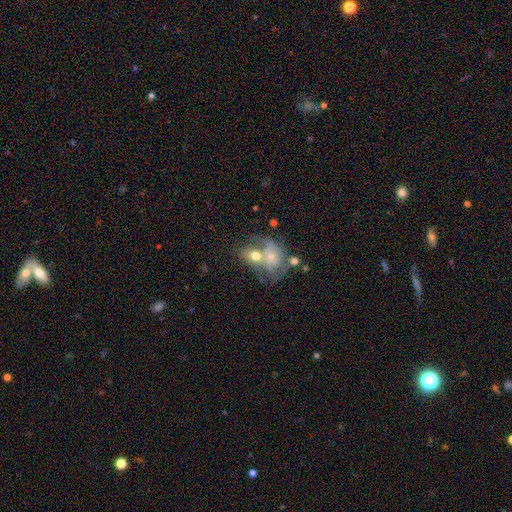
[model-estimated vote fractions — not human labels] The model was most divided on "smooth or featured": featured or disk: 47%, smooth: 43%, star or artifact: 10%. More confident: merging — merger (59%).